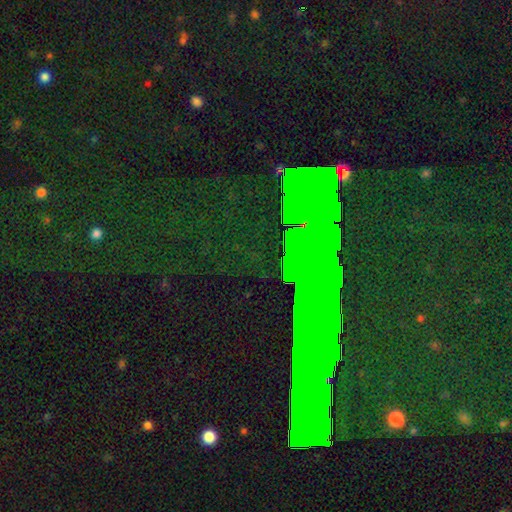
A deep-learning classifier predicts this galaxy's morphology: type=star or artifact (78%).